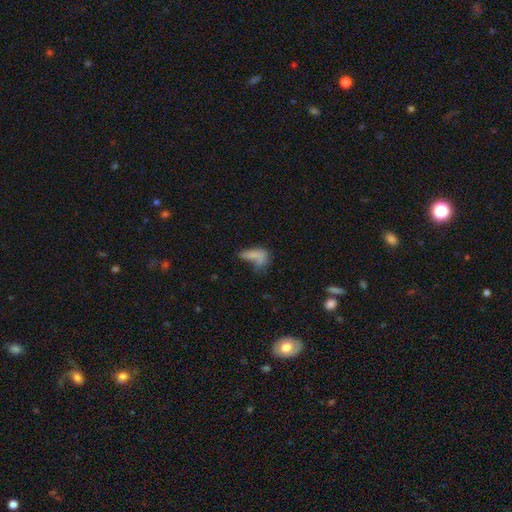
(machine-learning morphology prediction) The model was most divided on "merging": major disturbance: 30%, none: 29%, merger: 21%, minor disturbance: 20%. More confident: how rounded — in between (75%); smooth or featured — smooth (67%).